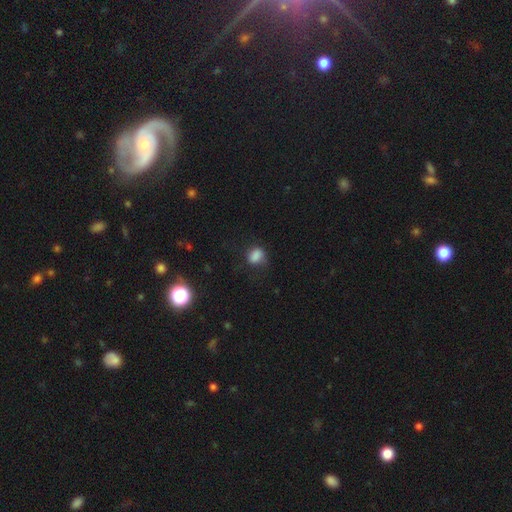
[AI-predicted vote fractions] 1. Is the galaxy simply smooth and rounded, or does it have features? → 81% smooth, 12% star or artifact, 7% featured or disk.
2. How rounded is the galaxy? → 56% in between, 43% round, 2% cigar-shaped.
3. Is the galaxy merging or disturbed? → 55% none, 28% minor disturbance, 15% major disturbance, 2% merger.